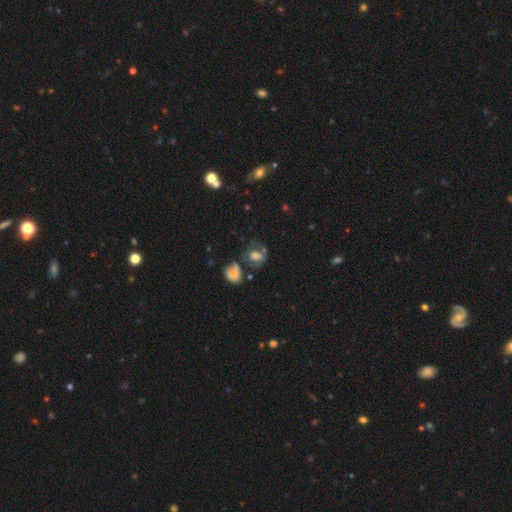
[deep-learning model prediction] smooth_or_featured: smooth (p=0.56) [alt: featured or disk p=0.31]
how_rounded: in between (p=0.52) [alt: round p=0.46]
merging: none (p=0.46) [alt: minor disturbance p=0.22]